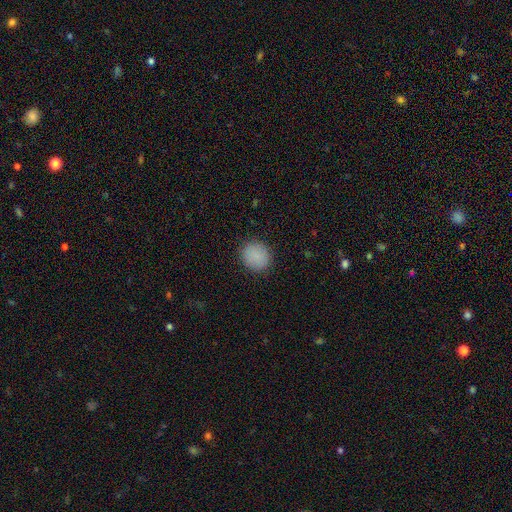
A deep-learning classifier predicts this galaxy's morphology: Smooth or featured: smooth — 87% (star or artifact — 9%)
How rounded: round — 79% (in between — 20%)
Merging: none — 89% (minor disturbance — 8%)